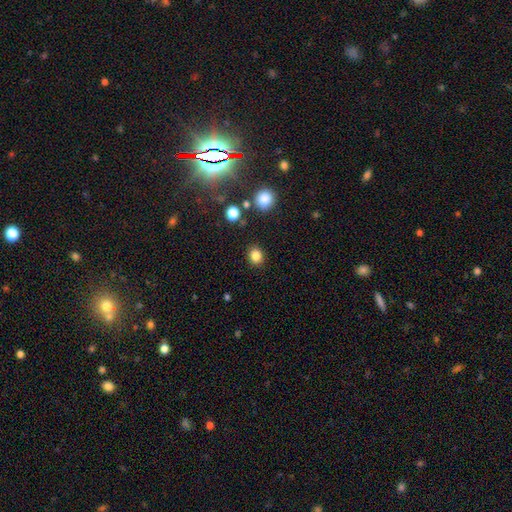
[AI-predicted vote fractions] Q: Smooth or featured?
A: smooth (84%); runner-up: star or artifact (11%)
Q: How rounded?
A: round (74%); runner-up: in between (25%)
Q: Merging?
A: none (88%); runner-up: minor disturbance (7%)